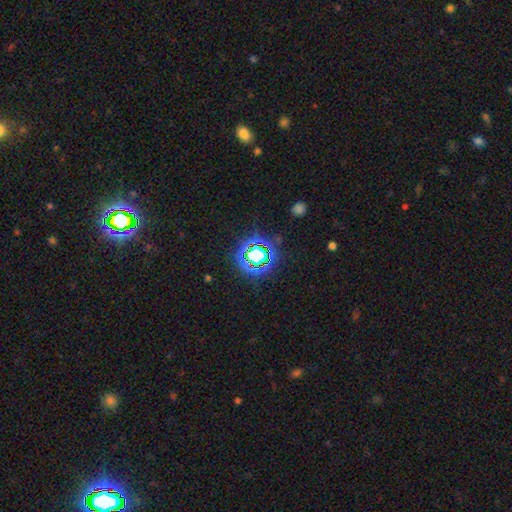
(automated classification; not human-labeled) Smooth or featured?
  - star or artifact: 72% *
  - smooth: 17%
  - featured or disk: 10%